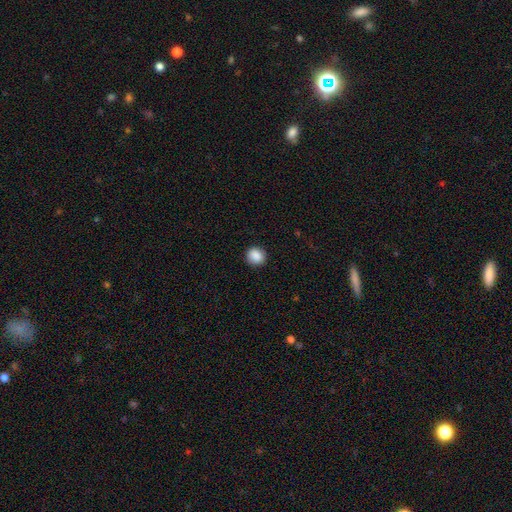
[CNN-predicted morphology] type=smooth (89%); roundness=round (86%); merging=none (90%).